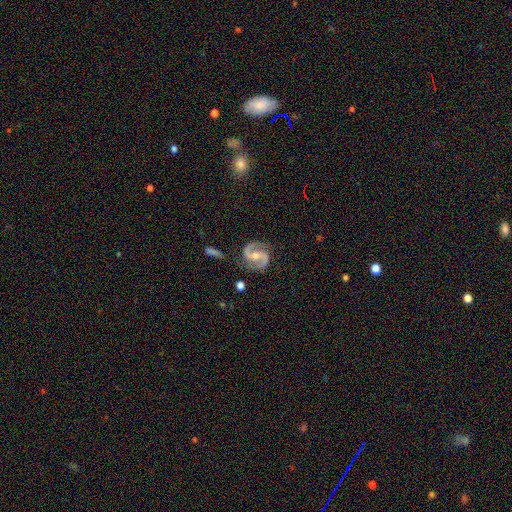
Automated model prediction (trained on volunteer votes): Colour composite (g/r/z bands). It shows a featured or disk galaxy (92%) with a weak bar (41%), 2 (94%) medium (59%) spiral arms (98%) and a moderate central bulge (50%). Merging: none (83%).